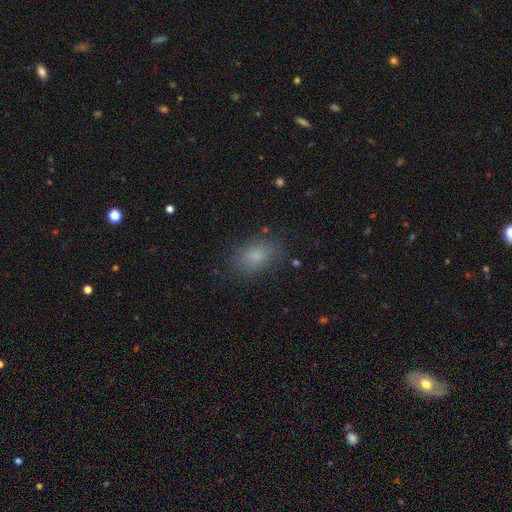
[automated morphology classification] This appears to be a smooth galaxy with no disk features (81%) that is in between round and cigar-shaped (79%). Merging: none (78%).